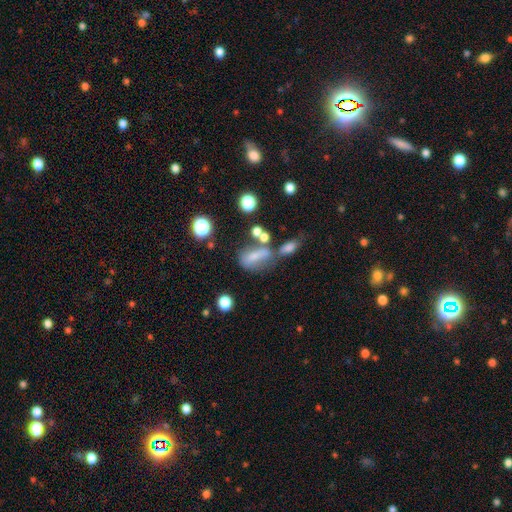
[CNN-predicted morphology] Smooth or featured? smooth (56%)
How rounded? in between (66%)
Merging? none (34%)